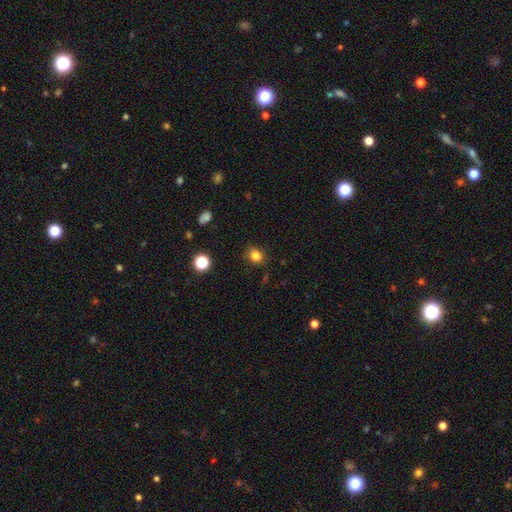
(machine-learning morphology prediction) Q: Smooth or featured?
A: smooth (82%); runner-up: star or artifact (13%)
Q: How rounded?
A: round (58%); runner-up: in between (41%)
Q: Merging?
A: none (85%); runner-up: minor disturbance (10%)